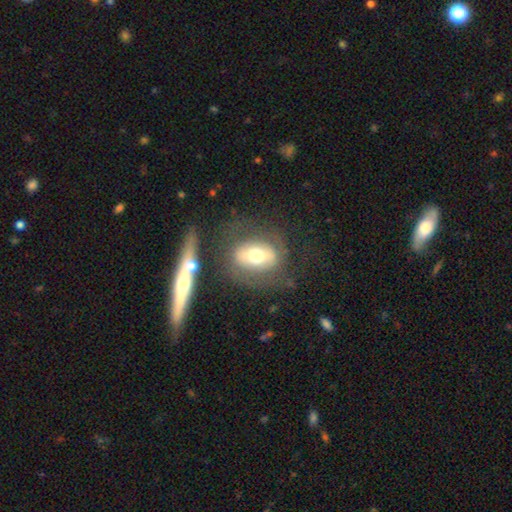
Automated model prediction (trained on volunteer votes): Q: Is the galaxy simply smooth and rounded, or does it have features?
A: featured or disk — 46%, tied with smooth.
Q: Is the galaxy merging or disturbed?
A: none — 61%.